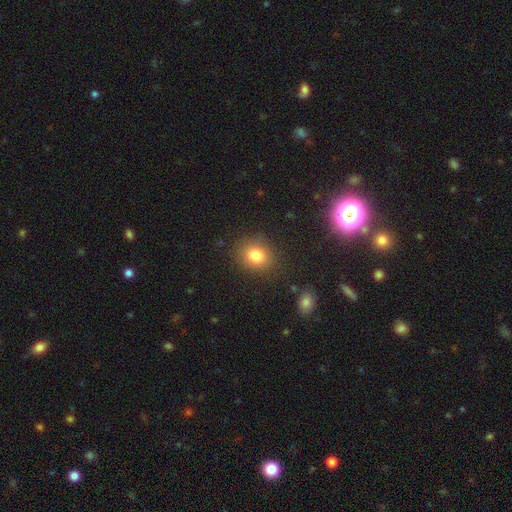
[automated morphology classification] smooth_or_featured: smooth (p=0.81) [alt: star or artifact p=0.12]
how_rounded: round (p=0.71) [alt: in between p=0.28]
merging: none (p=0.86) [alt: minor disturbance p=0.09]